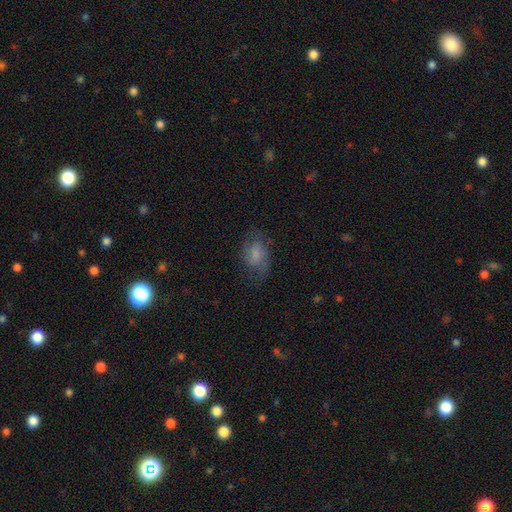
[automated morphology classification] Q: Smooth or featured?
A: featured or disk (47%); runner-up: smooth (41%)
Q: Merging?
A: none (66%); runner-up: minor disturbance (20%)